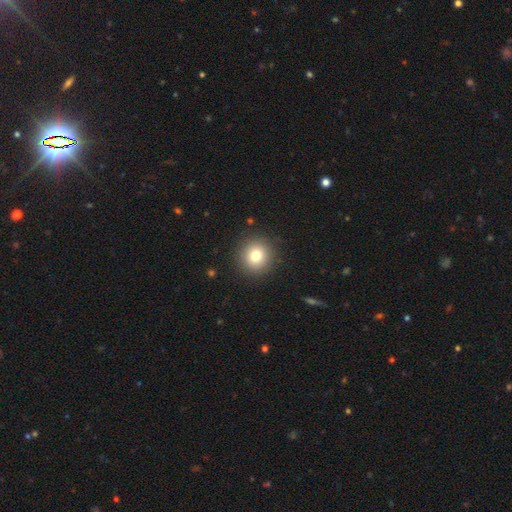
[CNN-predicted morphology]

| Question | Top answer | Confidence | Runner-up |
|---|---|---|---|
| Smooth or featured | smooth | 79% | star or artifact (11%) |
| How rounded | round | 93% | in between (6%) |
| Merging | none | 91% | minor disturbance (6%) |